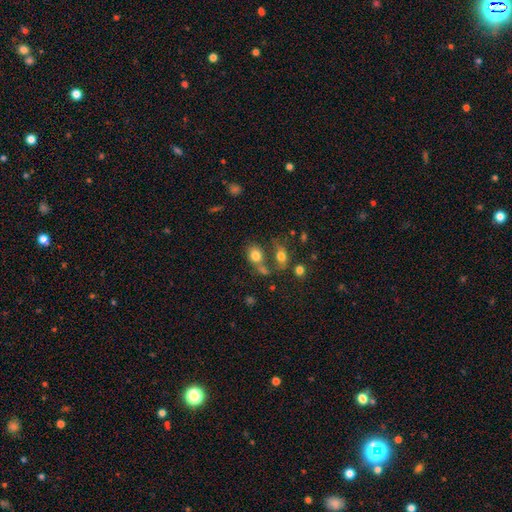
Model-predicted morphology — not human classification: A smooth galaxy with no disk features (79%) that is in between round and cigar-shaped (51%).

Vote fractions:
- Smooth or featured? smooth: 79% / star or artifact: 11% / featured or disk: 10%
- How rounded? in between: 51% / round: 47% / cigar-shaped: 2%
- Merging? none: 46% / merger: 34% / minor disturbance: 13% / major disturbance: 7%